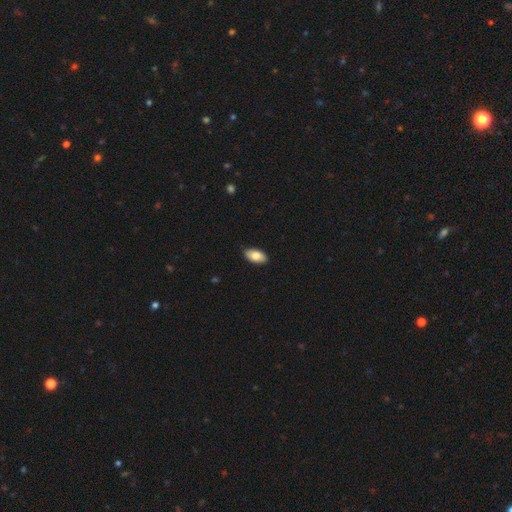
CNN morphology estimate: Smooth or featured: smooth — 83% (featured or disk — 11%)
How rounded: in between — 95% (round — 3%)
Merging: none — 87% (minor disturbance — 10%)